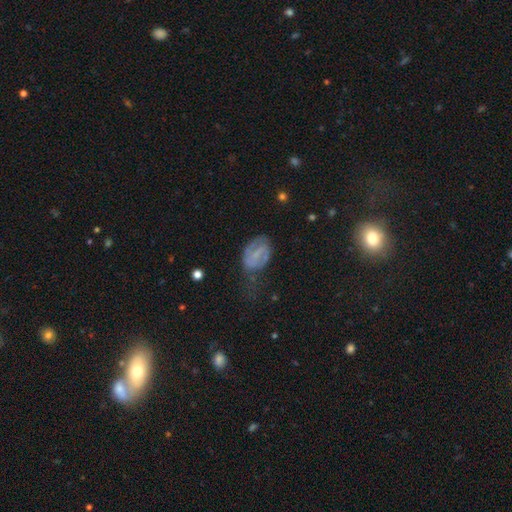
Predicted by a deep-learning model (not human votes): Q: Smooth or featured?
A: featured or disk (61%); runner-up: smooth (28%)
Q: Edge-on disk?
A: no (96%); runner-up: yes (4%)
Q: Bar?
A: weak (46%); runner-up: strong (27%)
Q: Spiral arms?
A: yes (76%); runner-up: no (24%)
Q: Bulge size?
A: small (41%); tied with: none (41%)
Q: Merging?
A: none (43%); runner-up: minor disturbance (27%)